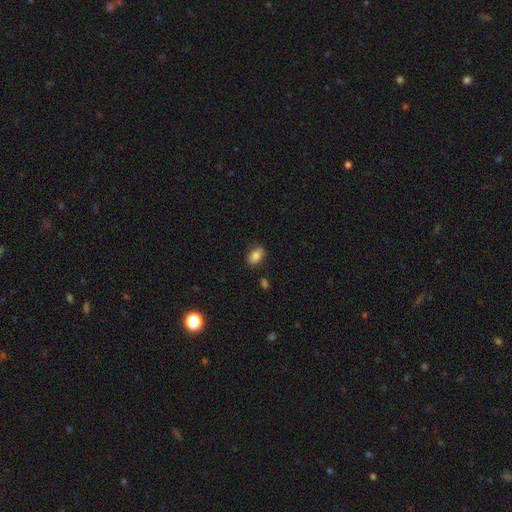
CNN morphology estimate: This appears to be a smooth galaxy with no disk features (83%) that is in between round and cigar-shaped (87%). Merging: none (81%).